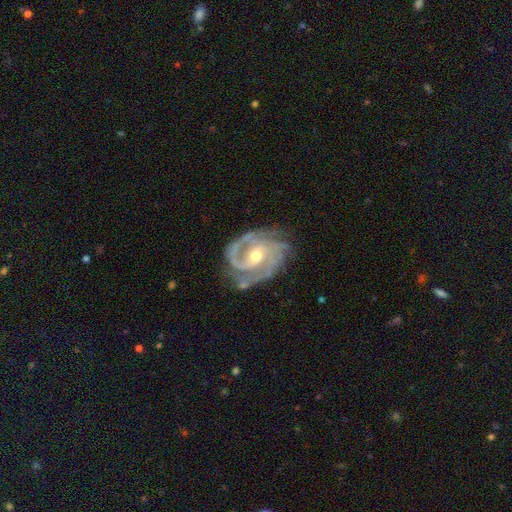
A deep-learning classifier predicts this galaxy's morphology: featured or disk 92%, star or artifact 5%, smooth 3%. Down the decision tree: edge-on disk — no (97%); bar — no (49%); spiral arms — yes (98%); spiral arm count — 3 (36%); spiral winding — tight (52%); bulge size — moderate (52%); merging — none (69%).